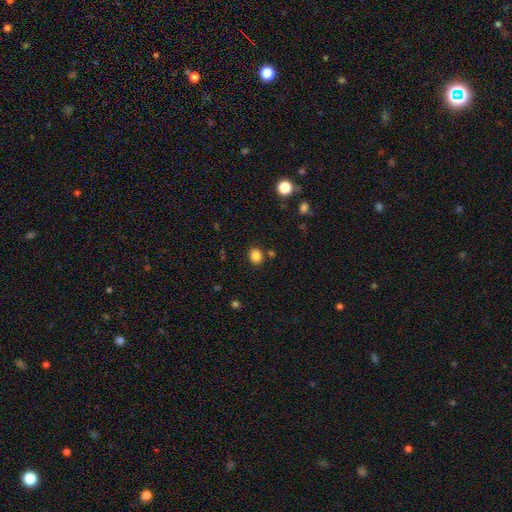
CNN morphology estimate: A smooth galaxy with no disk features (84%) that is round (75%).

Vote fractions:
- Smooth or featured? smooth: 84% / star or artifact: 12% / featured or disk: 4%
- How rounded? round: 75% / in between: 24% / cigar-shaped: 1%
- Merging? none: 86% / minor disturbance: 7% / merger: 4% / major disturbance: 2%